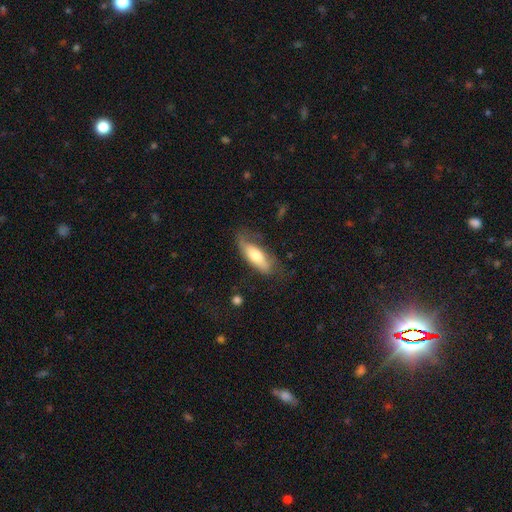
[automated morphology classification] Smooth or featured: smooth — 64% (featured or disk — 30%)
How rounded: in between — 62% (cigar-shaped — 36%)
Merging: none — 54% (minor disturbance — 29%)